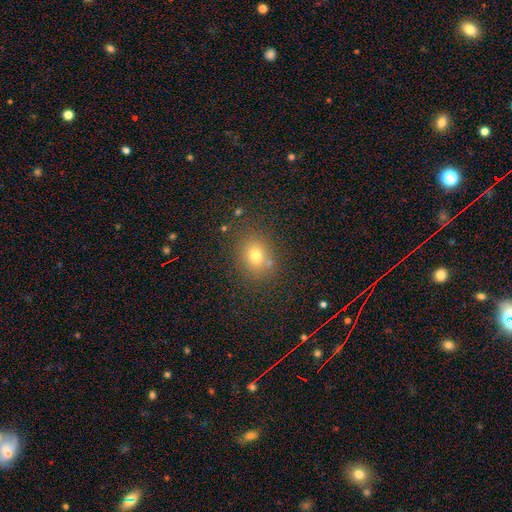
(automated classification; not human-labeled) Smooth or featured: smooth — 73% (star or artifact — 17%)
How rounded: round — 56% (in between — 43%)
Merging: none — 80% (minor disturbance — 12%)